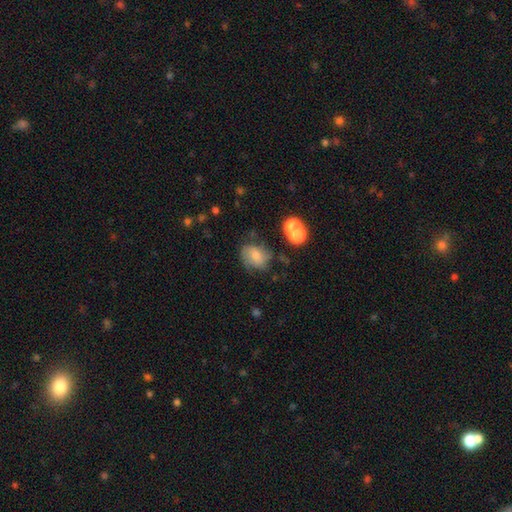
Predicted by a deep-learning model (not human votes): This appears to be a smooth galaxy with no disk features (56%) that is in between round and cigar-shaped (53%). Merging: none (53%).